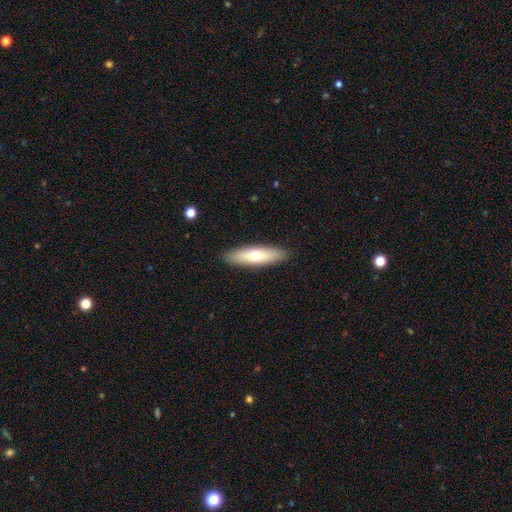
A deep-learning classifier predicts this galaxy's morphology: Smooth or featured? Predicted: smooth (p=0.63). How rounded? Predicted: cigar-shaped (p=0.62). Merging? Predicted: none (p=0.90).